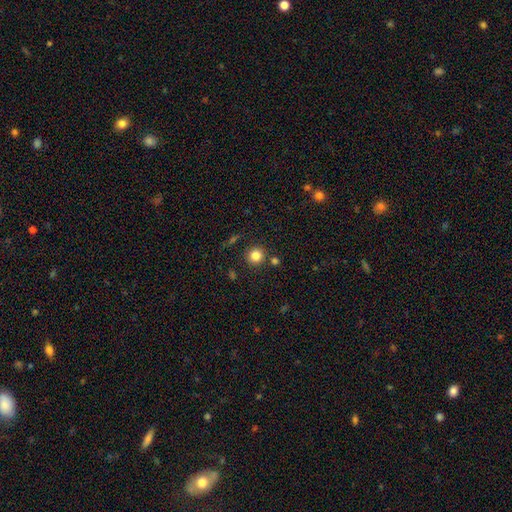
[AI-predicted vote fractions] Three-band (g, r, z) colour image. It shows a smooth galaxy with no disk features (83%) that is round (92%). Merging: none (84%).